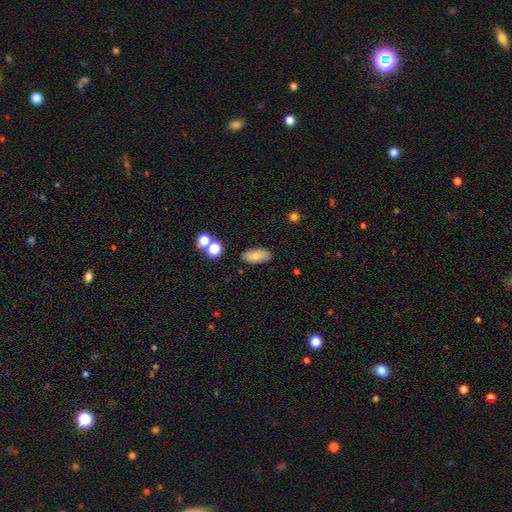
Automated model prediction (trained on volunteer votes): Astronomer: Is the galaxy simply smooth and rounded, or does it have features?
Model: smooth — 82%.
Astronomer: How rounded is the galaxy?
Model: in between — 84%.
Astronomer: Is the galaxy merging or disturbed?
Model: none — 86%.